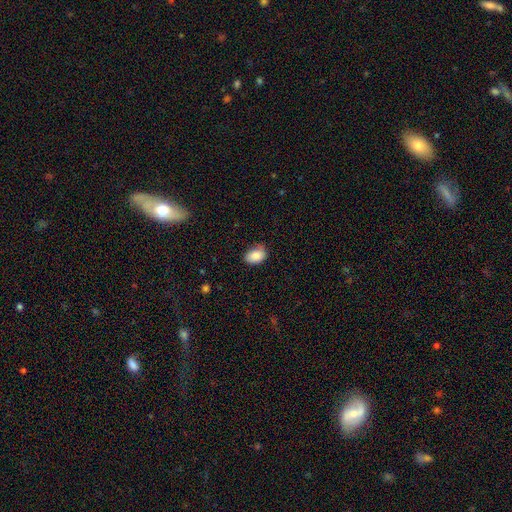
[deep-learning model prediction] This appears to be a smooth galaxy with no disk features (86%) that is in between round and cigar-shaped (84%). Merging: none (69%).